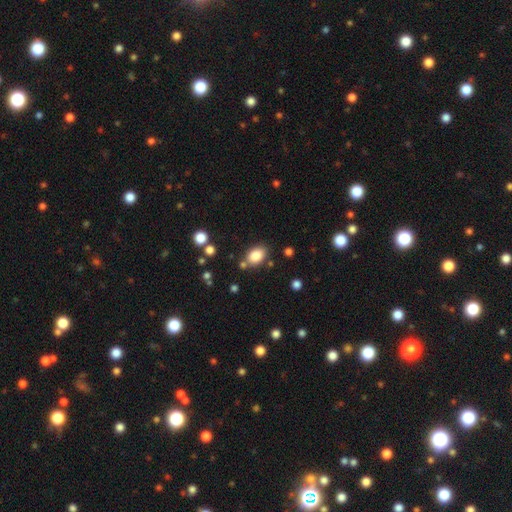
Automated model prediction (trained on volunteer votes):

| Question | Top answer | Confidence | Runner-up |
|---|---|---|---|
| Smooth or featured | smooth | 84% | star or artifact (9%) |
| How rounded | in between | 79% | round (19%) |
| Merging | none | 76% | minor disturbance (13%) |